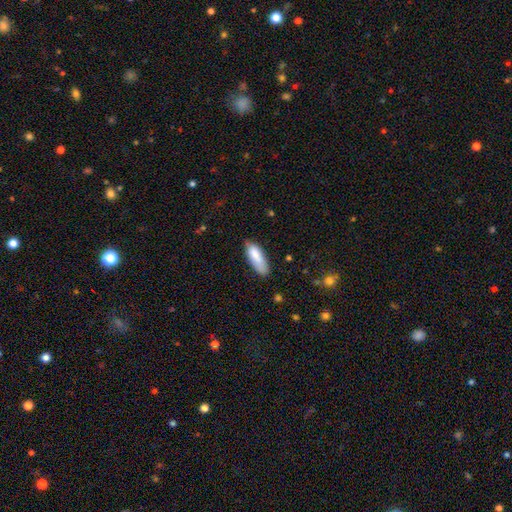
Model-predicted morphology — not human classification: Q: Smooth or featured?
A: smooth (84%); runner-up: featured or disk (10%)
Q: How rounded?
A: in between (62%); runner-up: cigar-shaped (36%)
Q: Merging?
A: none (64%); runner-up: minor disturbance (28%)